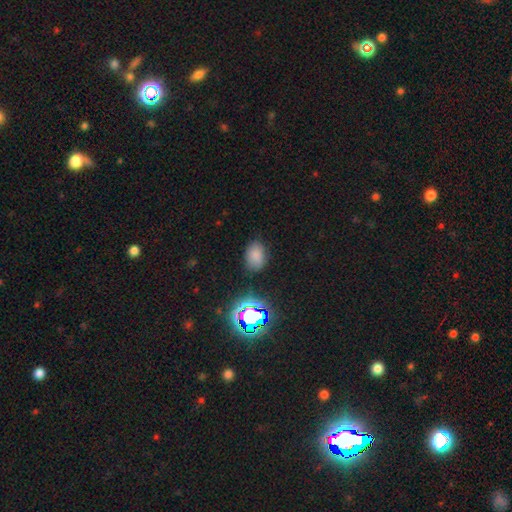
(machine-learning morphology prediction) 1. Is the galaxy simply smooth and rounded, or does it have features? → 74% smooth, 19% star or artifact, 7% featured or disk.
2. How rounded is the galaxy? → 77% in between, 22% round, 1% cigar-shaped.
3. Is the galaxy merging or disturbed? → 80% none, 14% minor disturbance, 4% major disturbance, 2% merger.